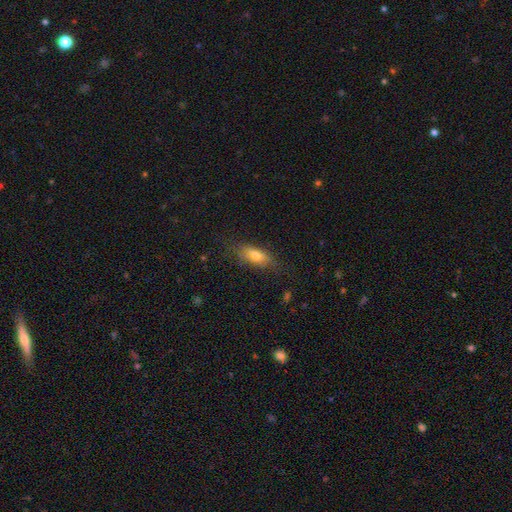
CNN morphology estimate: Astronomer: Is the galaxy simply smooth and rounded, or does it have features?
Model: smooth — 70%.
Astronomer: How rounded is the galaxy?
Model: in between — 73%.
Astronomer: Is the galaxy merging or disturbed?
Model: none — 74%.